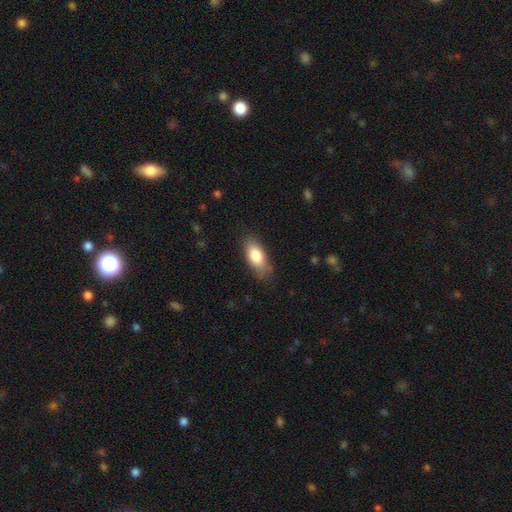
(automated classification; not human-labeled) Smooth or featured?
  - smooth: 80% *
  - featured or disk: 14%
  - star or artifact: 7%
How rounded?
  - in between: 85% *
  - cigar-shaped: 12%
  - round: 4%
Merging?
  - none: 76% *
  - minor disturbance: 18%
  - major disturbance: 4%
  - merger: 1%